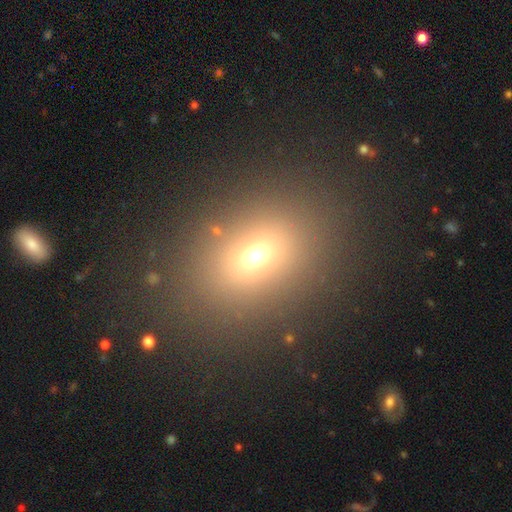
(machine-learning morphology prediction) Smooth or featured? smooth (66%)
How rounded? in between (54%)
Merging? none (84%)